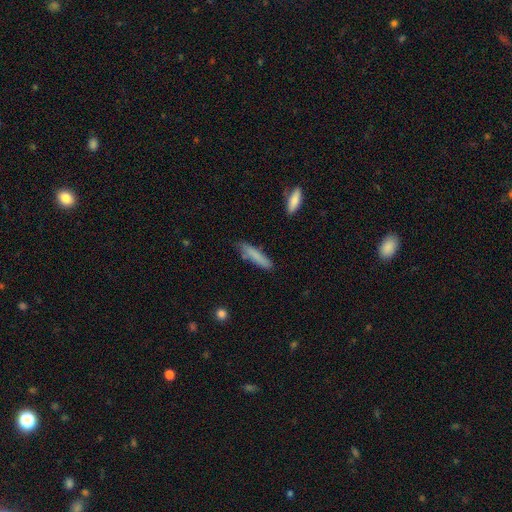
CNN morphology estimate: Smooth or featured? smooth (80%)
How rounded? cigar-shaped (85%)
Merging? none (78%)